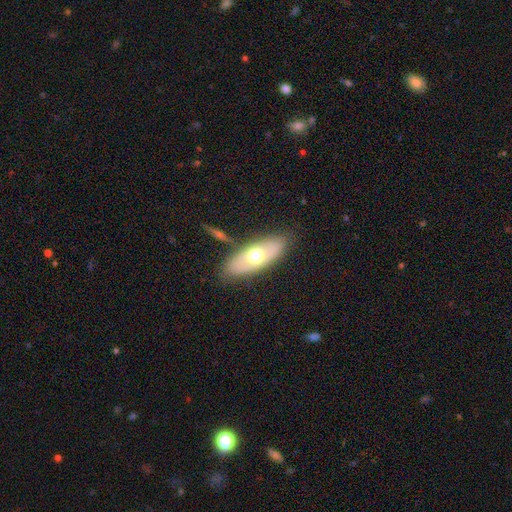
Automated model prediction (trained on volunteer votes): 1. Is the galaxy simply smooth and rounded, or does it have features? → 53% smooth, 41% featured or disk, 7% star or artifact.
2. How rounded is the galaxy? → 80% in between, 17% cigar-shaped, 4% round.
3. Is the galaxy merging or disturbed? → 79% none, 12% minor disturbance, 5% merger, 4% major disturbance.